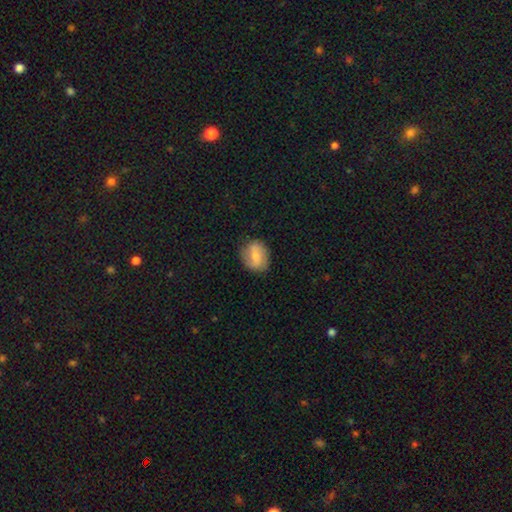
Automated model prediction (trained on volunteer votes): The model was most divided on "smooth or featured": smooth: 47%, featured or disk: 46%, star or artifact: 7%. More confident: merging — none (79%).